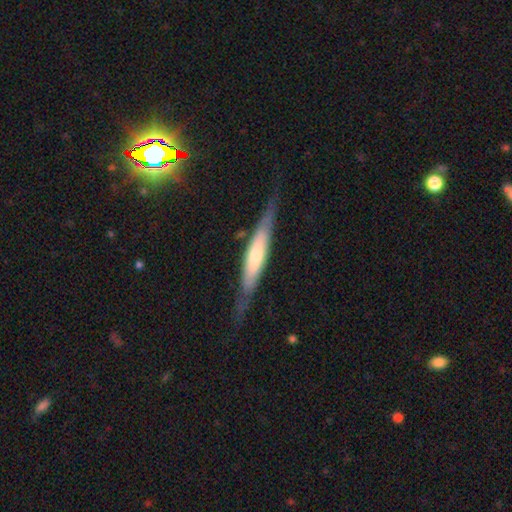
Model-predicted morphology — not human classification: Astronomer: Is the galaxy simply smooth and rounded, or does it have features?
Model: featured or disk — 54% (runner-up: smooth, 41%).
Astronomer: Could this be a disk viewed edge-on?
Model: yes — 86%.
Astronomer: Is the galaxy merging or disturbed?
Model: none — 75%.